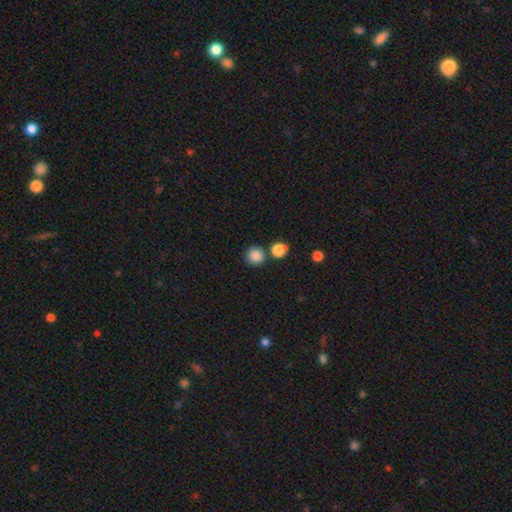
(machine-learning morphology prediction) smooth_or_featured: smooth (p=0.86) [alt: star or artifact p=0.10]
how_rounded: round (p=0.90) [alt: in between p=0.09]
merging: none (p=0.78) [alt: merger p=0.11]